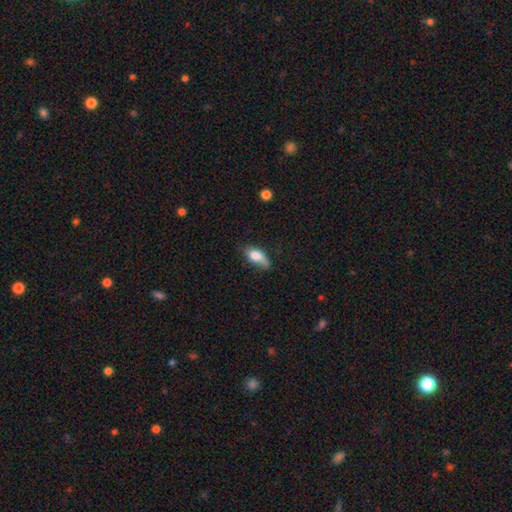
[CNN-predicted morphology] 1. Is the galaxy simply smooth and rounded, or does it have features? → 74% smooth, 18% featured or disk, 8% star or artifact.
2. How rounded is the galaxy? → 82% in between, 11% cigar-shaped, 6% round.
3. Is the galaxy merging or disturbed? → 40% none, 38% minor disturbance, 17% major disturbance, 4% merger.